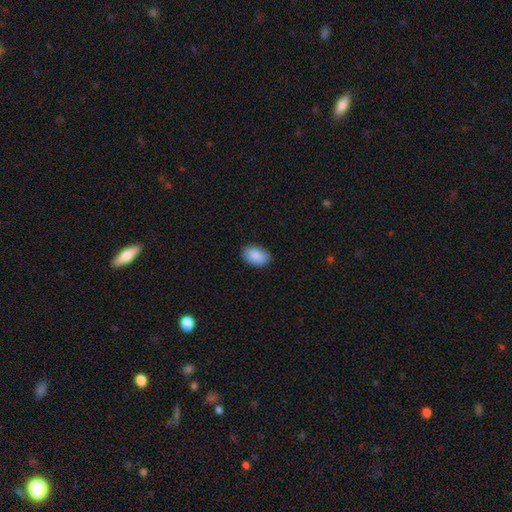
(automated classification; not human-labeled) smooth_or_featured: smooth (p=0.89) [alt: star or artifact p=0.06]
how_rounded: in between (p=0.91) [alt: round p=0.08]
merging: none (p=0.87) [alt: minor disturbance p=0.10]